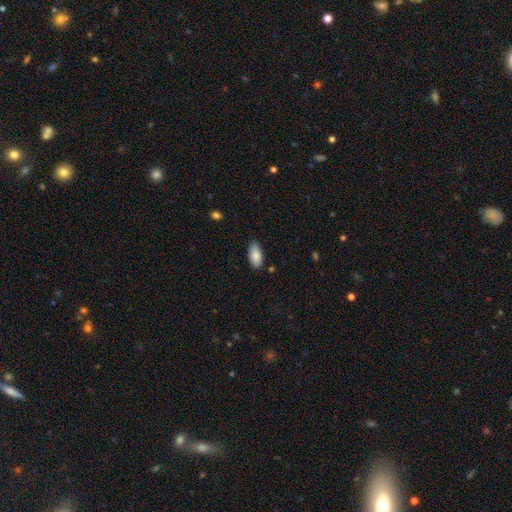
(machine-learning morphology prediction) The model was most divided on "merging": none: 83%, minor disturbance: 13%, major disturbance: 2%, merger: 1%. More confident: how rounded — in between (91%); smooth or featured — smooth (86%).